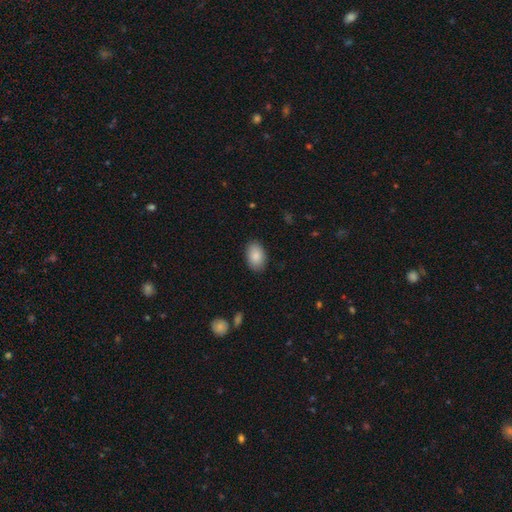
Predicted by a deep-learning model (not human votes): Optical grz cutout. It shows a smooth galaxy with no disk features (88%) that is in between round and cigar-shaped (89%). Merging: none (87%).